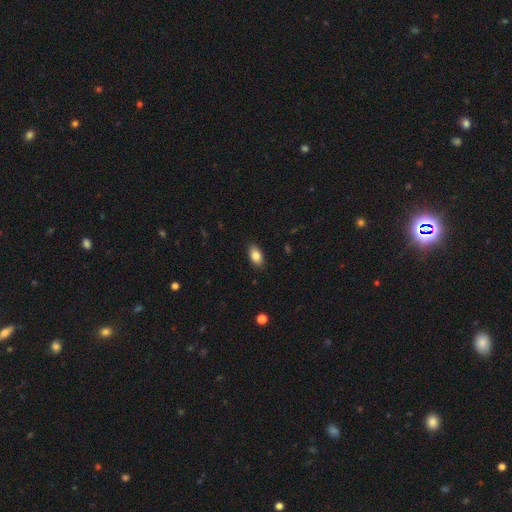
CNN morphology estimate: This is clearly a smooth galaxy (85%). How rounded: clearly in between (91%). Merging: clearly none (87%).